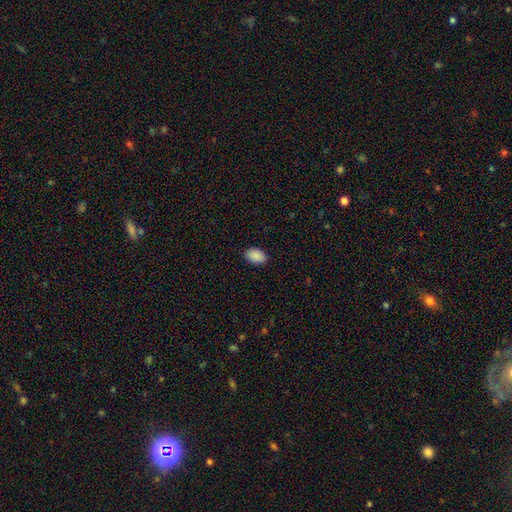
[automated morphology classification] Smooth or featured?
  - smooth: 90% *
  - star or artifact: 7%
  - featured or disk: 3%
How rounded?
  - in between: 89% *
  - round: 9%
  - cigar-shaped: 1%
Merging?
  - none: 88% *
  - minor disturbance: 9%
  - major disturbance: 2%
  - merger: 1%